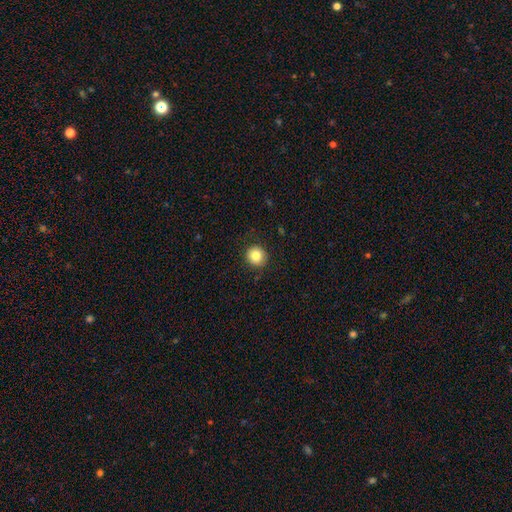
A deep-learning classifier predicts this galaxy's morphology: smooth-or-featured: smooth: 83% | star or artifact: 10% | featured or disk: 7%
  how-rounded: round: 91% | in between: 8% | cigar-shaped: 1%
  merging: none: 89% | minor disturbance: 8% | major disturbance: 3% | merger: 1%